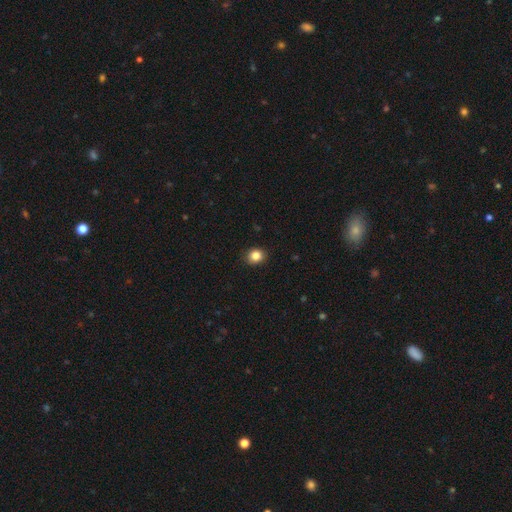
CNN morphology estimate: Smooth or featured?
  - smooth: 85% *
  - star or artifact: 10%
  - featured or disk: 5%
How rounded?
  - round: 68% *
  - in between: 31%
  - cigar-shaped: 1%
Merging?
  - none: 88% *
  - minor disturbance: 9%
  - major disturbance: 2%
  - merger: 1%